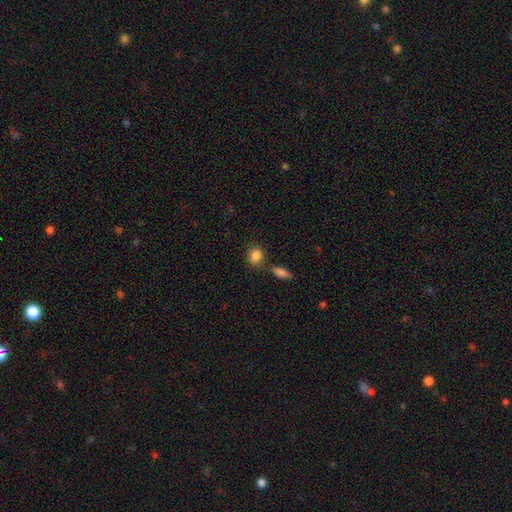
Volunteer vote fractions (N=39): A smooth galaxy with no disk features (85%) that is round (67%). Merging: none (60%).